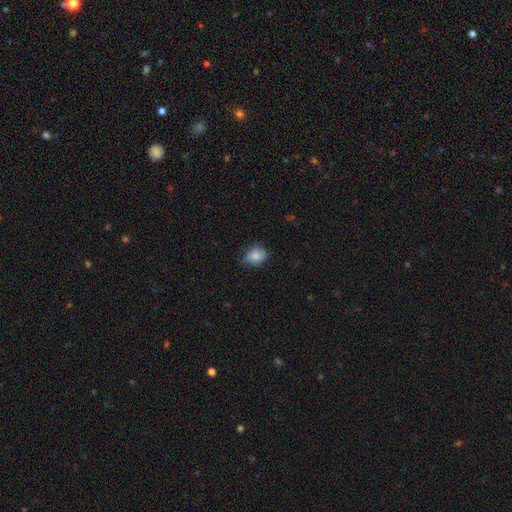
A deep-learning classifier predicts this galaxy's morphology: Smooth or featured? smooth (81%)
How rounded? round (60%)
Merging? none (67%)